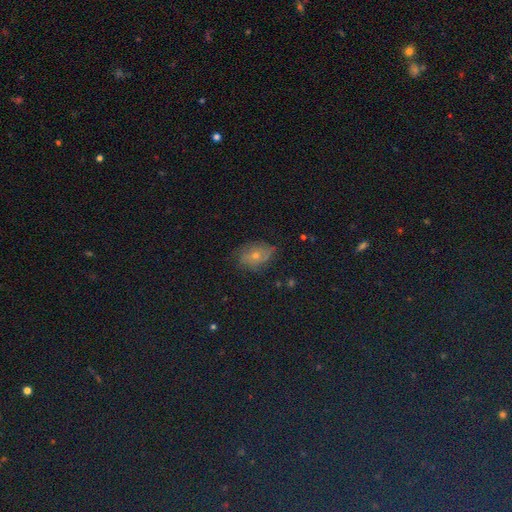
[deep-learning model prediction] Smooth or featured?
  - smooth: 36% *
  - star or artifact: 35%
  - featured or disk: 29%
Merging?
  - none: 73% *
  - minor disturbance: 20%
  - major disturbance: 6%
  - merger: 2%